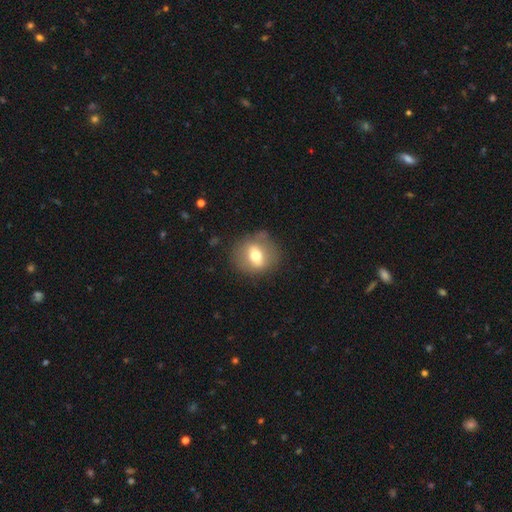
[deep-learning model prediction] Morphology: type=smooth (58%); roundness=round (64%); merging=none (76%).